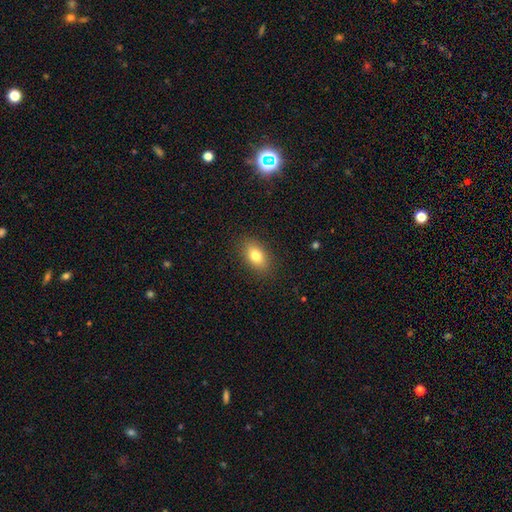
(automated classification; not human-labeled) smooth_or_featured: smooth (p=0.80) [alt: featured or disk p=0.11]
how_rounded: in between (p=0.87) [alt: round p=0.10]
merging: none (p=0.88) [alt: minor disturbance p=0.09]